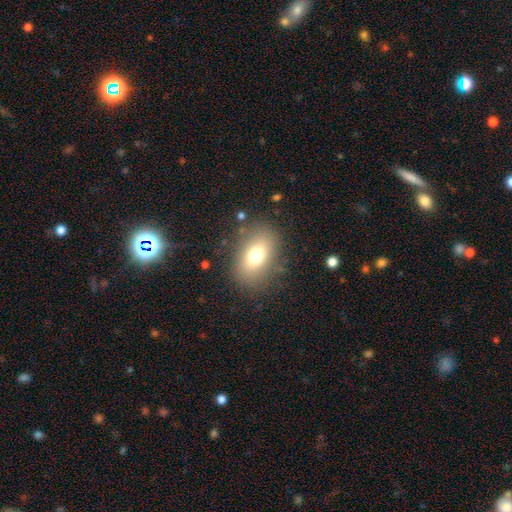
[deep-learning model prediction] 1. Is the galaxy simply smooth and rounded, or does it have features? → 73% smooth, 16% featured or disk, 11% star or artifact.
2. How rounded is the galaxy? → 80% in between, 18% round, 2% cigar-shaped.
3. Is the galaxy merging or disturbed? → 81% none, 11% minor disturbance, 6% major disturbance, 2% merger.